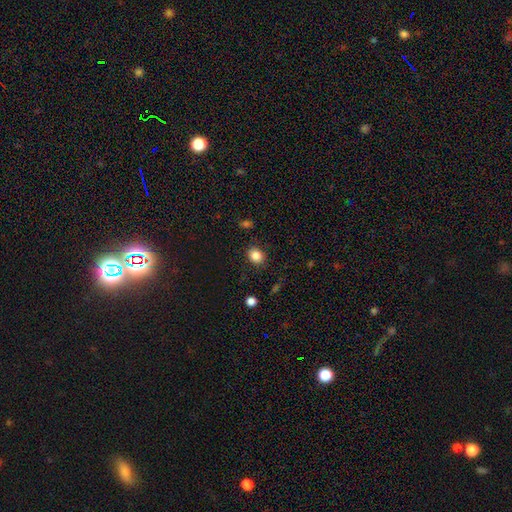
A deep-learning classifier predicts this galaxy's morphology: A smooth galaxy with no disk features (85%) that is round (59%).

Vote fractions:
- Smooth or featured? smooth: 85% / star or artifact: 10% / featured or disk: 5%
- How rounded? round: 59% / in between: 40% / cigar-shaped: 1%
- Merging? none: 86% / minor disturbance: 10% / major disturbance: 3% / merger: 1%